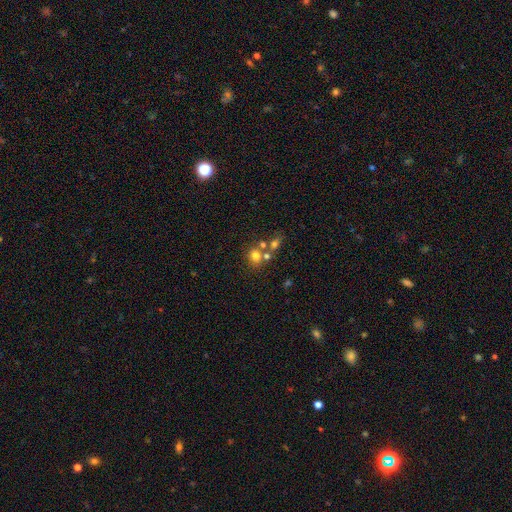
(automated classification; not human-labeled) Smooth or featured?
  - smooth: 72% *
  - star or artifact: 15%
  - featured or disk: 13%
How rounded?
  - round: 73% *
  - in between: 26%
  - cigar-shaped: 1%
Merging?
  - none: 51% *
  - merger: 36%
  - minor disturbance: 9%
  - major disturbance: 4%